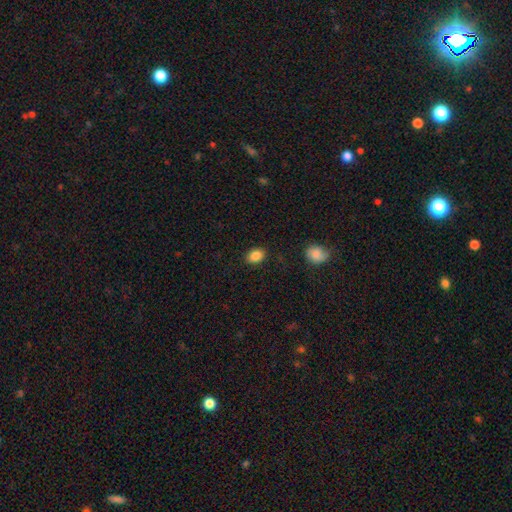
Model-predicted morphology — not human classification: The model was most divided on "how rounded": in between: 69%, round: 30%, cigar-shaped: 1%. More confident: smooth or featured — smooth (87%); merging — none (86%).